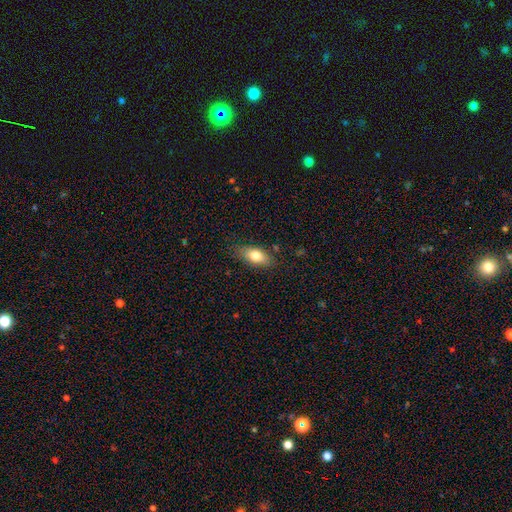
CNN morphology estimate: smooth 79%, featured or disk 14%, star or artifact 7%. Down the decision tree: how rounded — in between (86%); merging — none (81%).